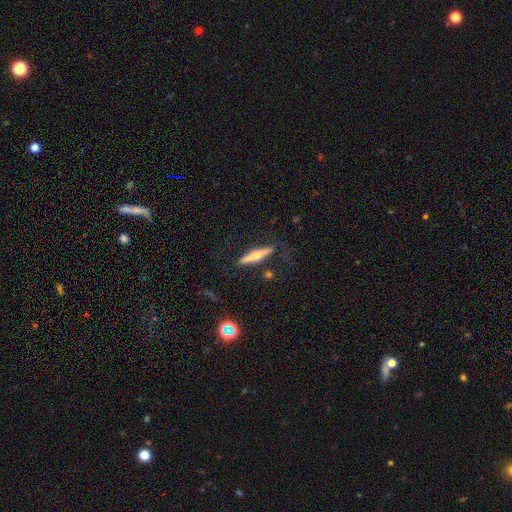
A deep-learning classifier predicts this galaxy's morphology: Smooth or featured? Predicted: featured or disk (p=0.54). Edge-on disk? Predicted: yes (p=0.96). Edge-on bulge? Predicted: rounded (p=0.83). Merging? Predicted: none (p=0.85).